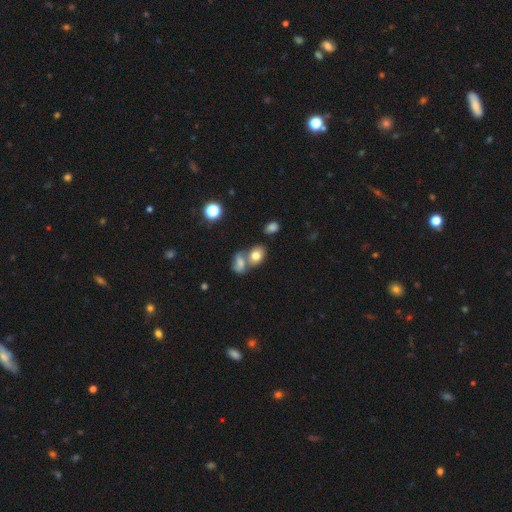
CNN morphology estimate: smooth_or_featured: smooth (p=0.74) [alt: featured or disk p=0.14]
how_rounded: in between (p=0.70) [alt: round p=0.28]
merging: merger (p=0.42) [alt: none p=0.41]